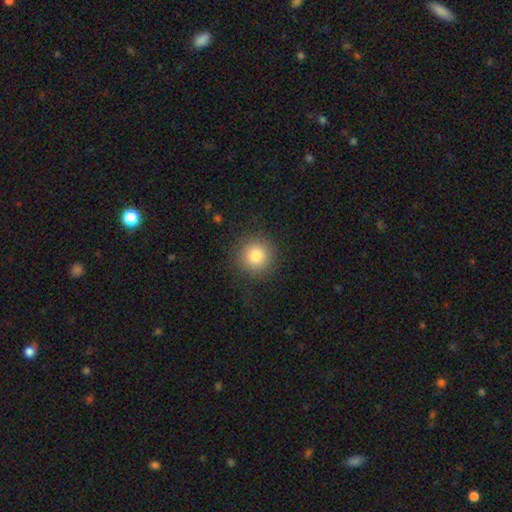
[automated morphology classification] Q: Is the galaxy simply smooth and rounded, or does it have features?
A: smooth — 82%.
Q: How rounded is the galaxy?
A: round — 94%.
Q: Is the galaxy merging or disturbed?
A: none — 88%.